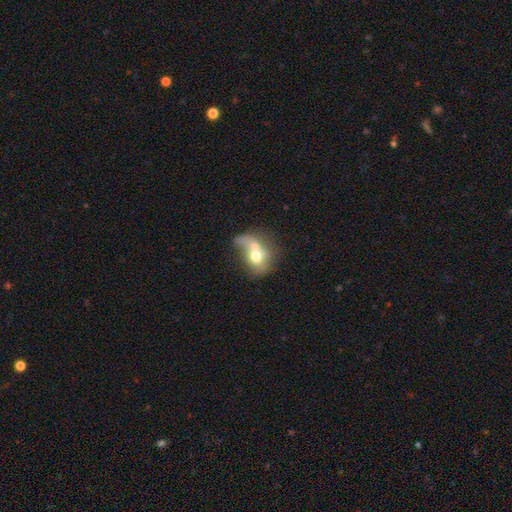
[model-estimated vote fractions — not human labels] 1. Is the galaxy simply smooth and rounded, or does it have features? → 57% smooth, 34% featured or disk, 9% star or artifact.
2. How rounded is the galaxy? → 59% in between, 39% round, 3% cigar-shaped.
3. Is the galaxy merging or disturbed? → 49% merger, 22% major disturbance, 16% none, 13% minor disturbance.